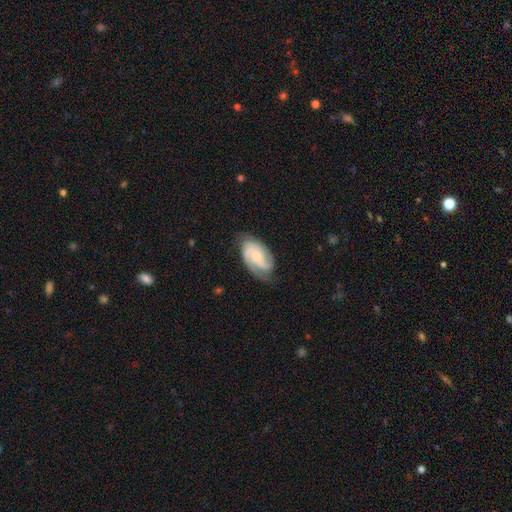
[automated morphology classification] Smooth or featured: featured or disk — 80% (smooth — 15%)
Edge-on disk: no — 97% (yes — 3%)
Bar: no — 63% (weak — 31%)
Spiral arms: yes — 96% (no — 4%)
Spiral winding: tight — 46% (medium — 42%)
Spiral arm count: 2 — 57% (3 — 20%)
Bulge size: small — 60% (moderate — 31%)
Merging: none — 70% (minor disturbance — 21%)